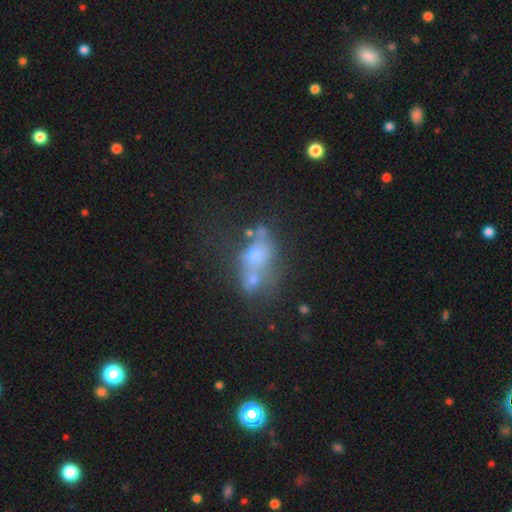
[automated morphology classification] Overall: smooth (50%; featured or disk 31%). How rounded: in between (55%; round 41%). Merging: merger (53%; none 27%).